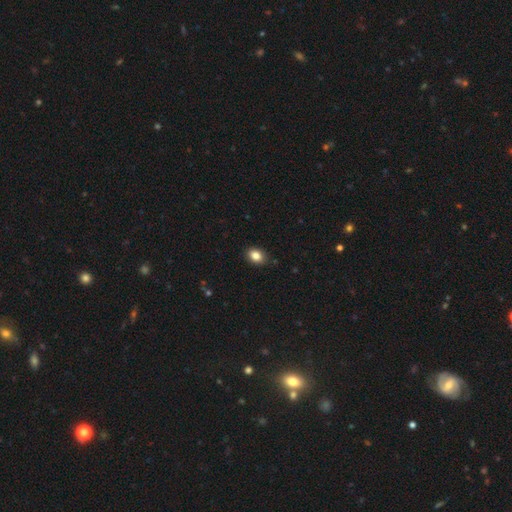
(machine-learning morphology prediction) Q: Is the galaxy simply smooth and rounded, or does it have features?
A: smooth — 85%.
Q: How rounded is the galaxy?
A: in between — 73%.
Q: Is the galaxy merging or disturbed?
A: none — 87%.